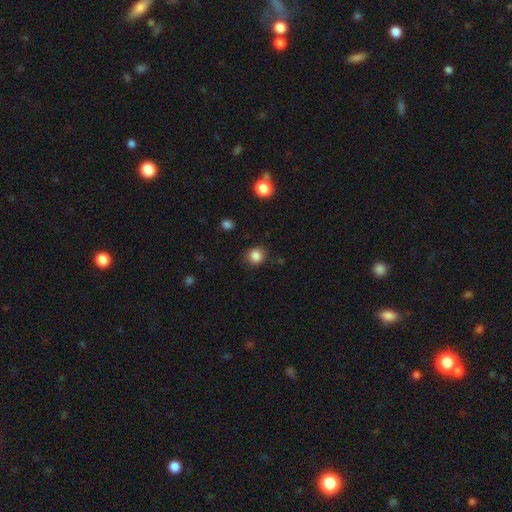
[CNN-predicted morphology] This appears to be a smooth galaxy with no disk features (86%) that is round (87%). Merging: none (86%).